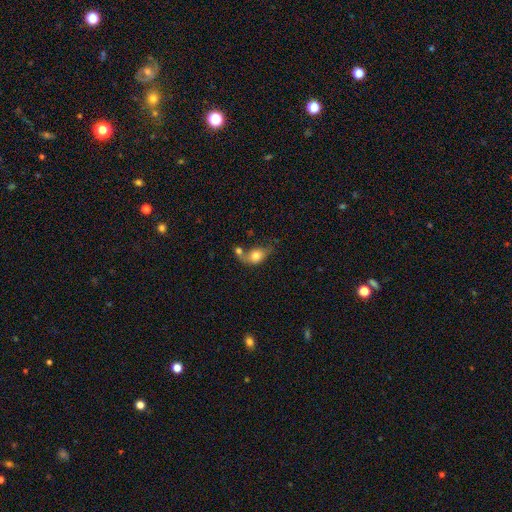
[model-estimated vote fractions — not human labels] Smooth or featured? smooth (73%)
How rounded? in between (62%)
Merging? merger (42%)